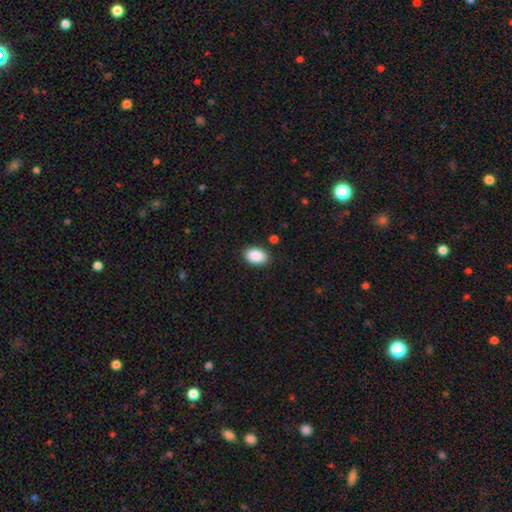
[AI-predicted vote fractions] Smooth or featured?
  - smooth: 90% *
  - star or artifact: 7%
  - featured or disk: 3%
How rounded?
  - in between: 87% *
  - round: 12%
  - cigar-shaped: 1%
Merging?
  - none: 88% *
  - minor disturbance: 9%
  - major disturbance: 2%
  - merger: 2%